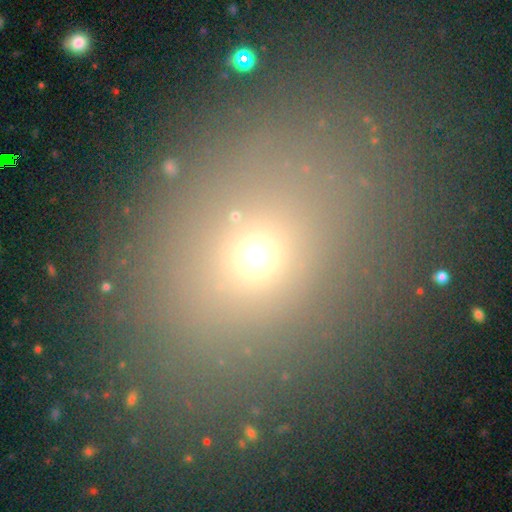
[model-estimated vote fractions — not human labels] The model was most divided on "how rounded": round: 58%, in between: 38%, cigar-shaped: 4%. More confident: merging — none (68%); smooth or featured — smooth (66%).